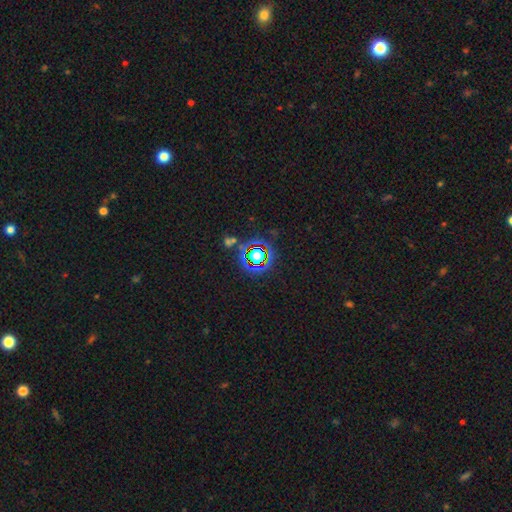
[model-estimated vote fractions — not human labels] Smooth or featured? star or artifact (67%)